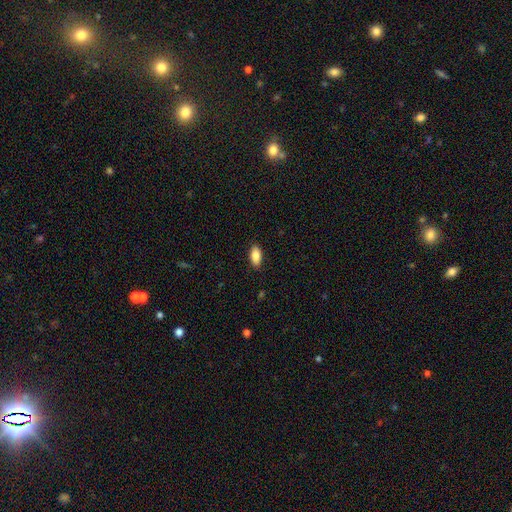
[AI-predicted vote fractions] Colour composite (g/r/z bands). It shows a smooth galaxy with no disk features (87%) that is in between round and cigar-shaped (91%). Merging: none (88%).